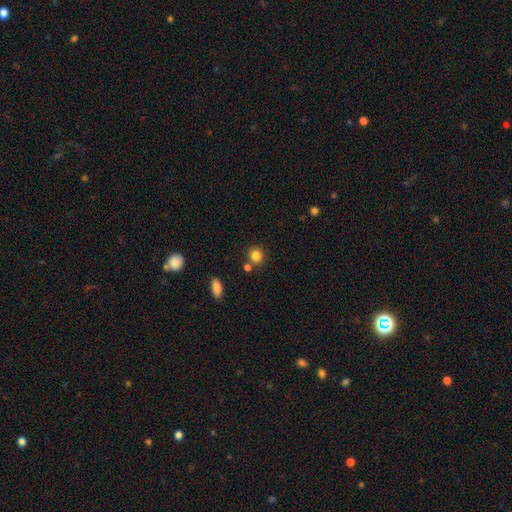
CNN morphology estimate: A smooth galaxy with no disk features (83%) that is round (86%). Merging: none (73%).